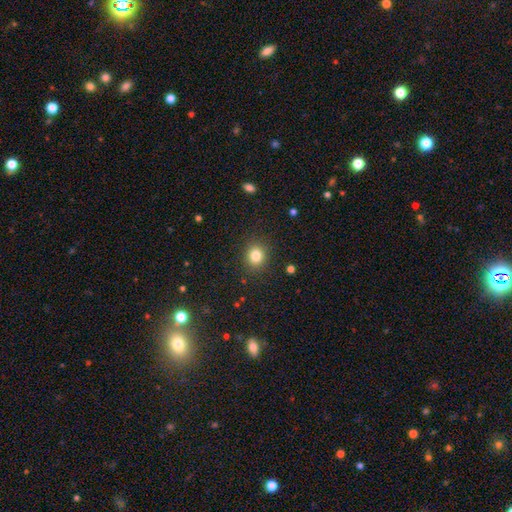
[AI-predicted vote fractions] Morphology: type=smooth (82%); roundness=round (76%); merging=none (89%).